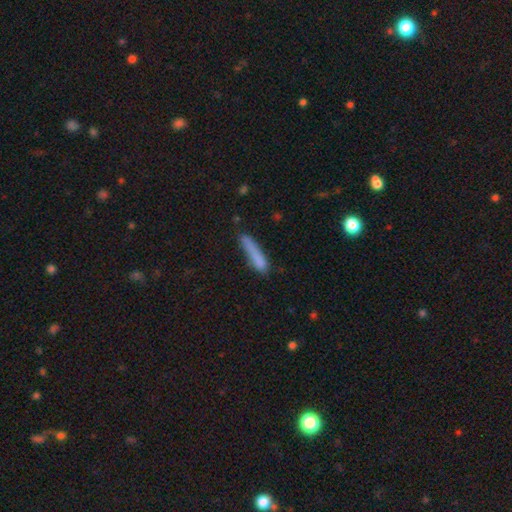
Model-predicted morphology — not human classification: Smooth or featured: smooth — 78% (featured or disk — 13%)
How rounded: cigar-shaped — 89% (in between — 10%)
Merging: none — 62% (minor disturbance — 25%)